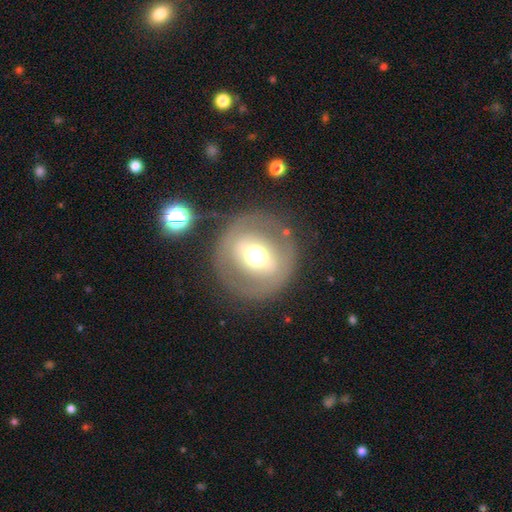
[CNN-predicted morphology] The model was most divided on "smooth or featured": featured or disk: 47%, smooth: 44%, star or artifact: 10%. More confident: merging — none (76%).